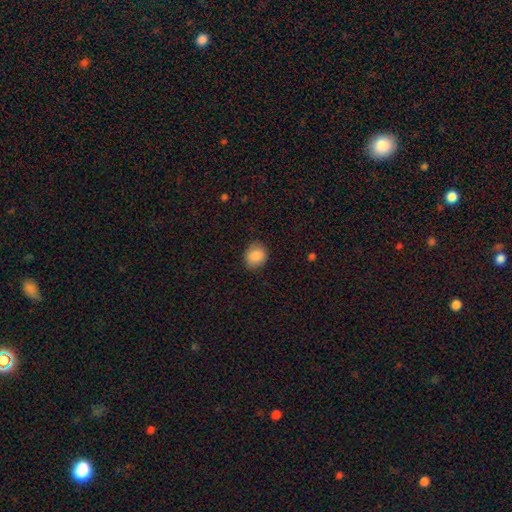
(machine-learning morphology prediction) Smooth or featured? Predicted: smooth (p=0.87). How rounded? Predicted: round (p=0.70). Merging? Predicted: none (p=0.85).